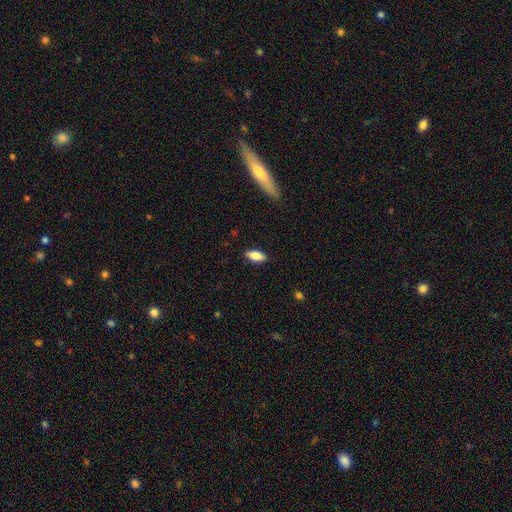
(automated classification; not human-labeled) smooth_or_featured: smooth (p=0.83) [alt: featured or disk p=0.11]
how_rounded: in between (p=0.85) [alt: cigar-shaped p=0.13]
merging: none (p=0.87) [alt: minor disturbance p=0.09]